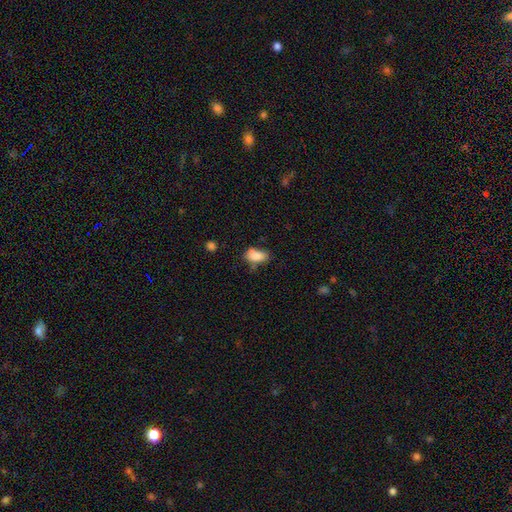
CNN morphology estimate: Smooth or featured? Predicted: smooth (p=0.82). How rounded? Predicted: in between (p=0.89). Merging? Predicted: none (p=0.50).